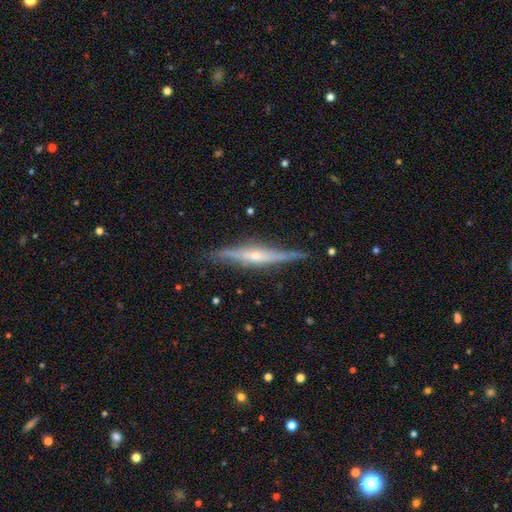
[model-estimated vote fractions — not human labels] The model was most divided on "edge-on bulge": rounded: 73%, none: 14%, boxy: 13%. More confident: edge-on disk — yes (97%); merging — none (85%); smooth or featured — featured or disk (79%).